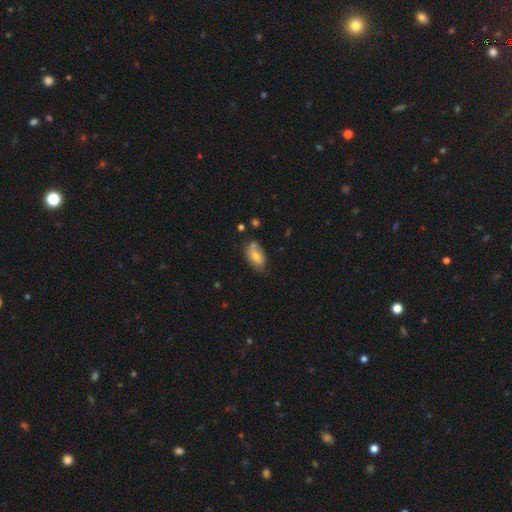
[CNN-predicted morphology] smooth-or-featured: smooth: 68% | featured or disk: 24% | star or artifact: 8%
  how-rounded: in between: 91% | round: 6% | cigar-shaped: 3%
  merging: none: 55% | minor disturbance: 30% | merger: 9% | major disturbance: 7%